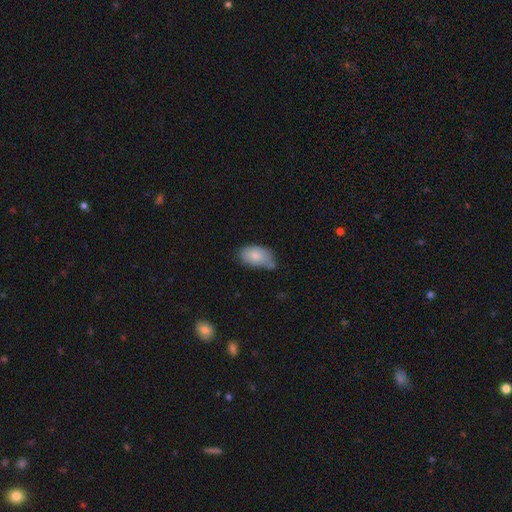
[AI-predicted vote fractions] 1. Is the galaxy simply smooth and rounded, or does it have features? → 81% smooth, 12% featured or disk, 7% star or artifact.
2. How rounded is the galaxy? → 92% in between, 6% round, 2% cigar-shaped.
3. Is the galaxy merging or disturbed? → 45% none, 37% minor disturbance, 9% merger, 9% major disturbance.